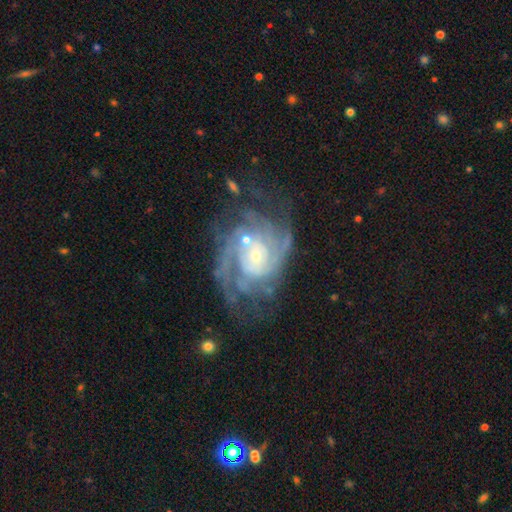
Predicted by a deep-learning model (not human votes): This is clearly a featured or disk galaxy (89%). It is clearly not viewed edge-on (97%). Bar: likely no (71%). Spiral arm pattern: clearly yes (96%). Spiral arm count: marginally can't tell (26%). Spiral winding: likely tight (61%). Central bulge: likely small (71%). Merging: possibly none (58%).